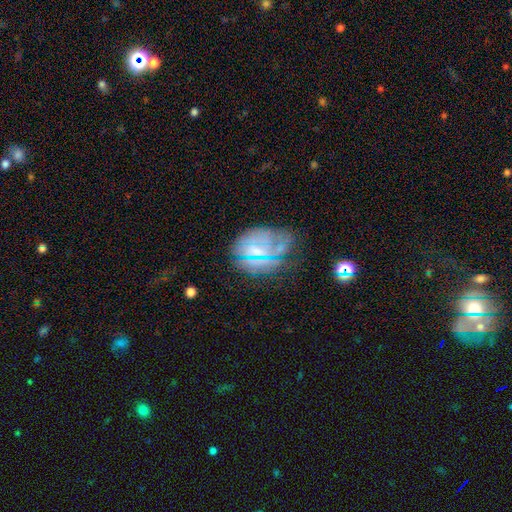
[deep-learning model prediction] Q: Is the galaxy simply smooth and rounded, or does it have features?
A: smooth — 45%.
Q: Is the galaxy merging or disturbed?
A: none — 68%.